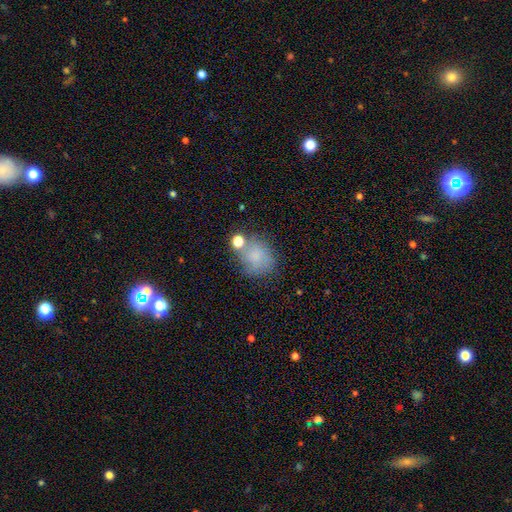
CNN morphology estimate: A smooth galaxy with no disk features (65%) that is round (67%).

Vote fractions:
- Smooth or featured? smooth: 65% / featured or disk: 22% / star or artifact: 13%
- How rounded? round: 67% / in between: 32% / cigar-shaped: 1%
- Merging? none: 53% / minor disturbance: 22% / merger: 13% / major disturbance: 12%